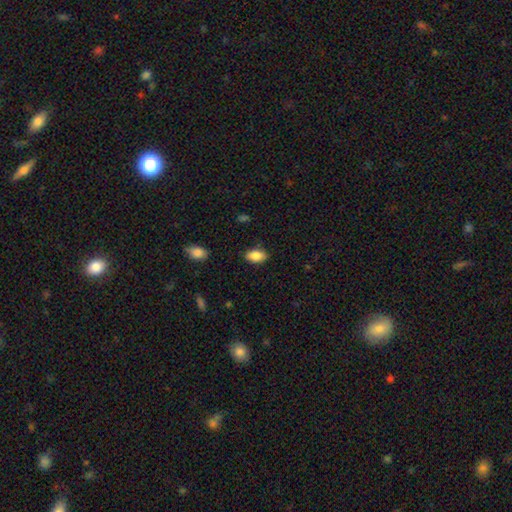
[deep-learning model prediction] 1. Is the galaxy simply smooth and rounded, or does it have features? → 86% smooth, 8% star or artifact, 7% featured or disk.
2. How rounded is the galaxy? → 91% in between, 6% round, 2% cigar-shaped.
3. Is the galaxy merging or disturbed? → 84% none, 13% minor disturbance, 3% major disturbance, 1% merger.